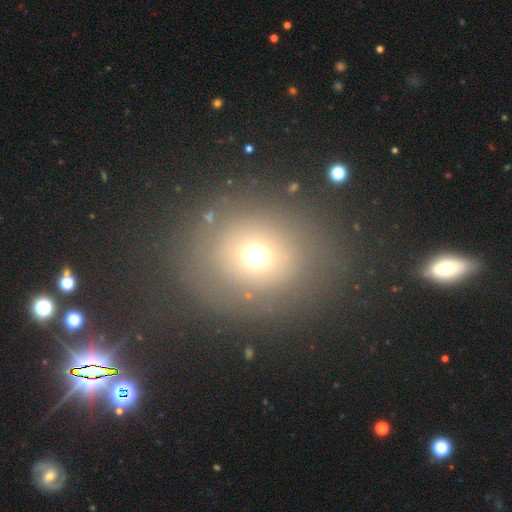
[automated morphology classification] Smooth or featured? Predicted: smooth (p=0.65). How rounded? Predicted: round (p=0.74). Merging? Predicted: none (p=0.78).